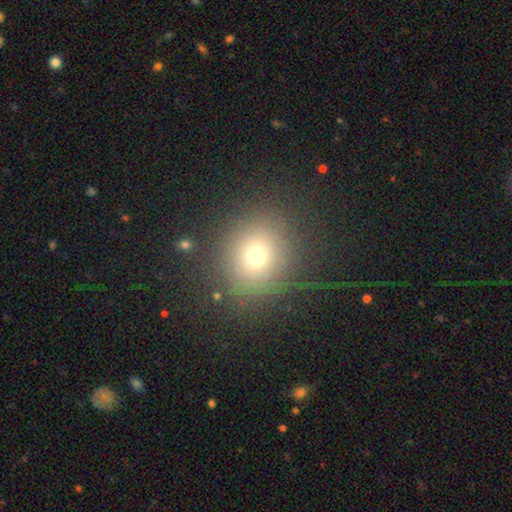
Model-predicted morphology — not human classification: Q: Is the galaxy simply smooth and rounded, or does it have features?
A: smooth — 69%.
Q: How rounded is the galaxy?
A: round — 82%.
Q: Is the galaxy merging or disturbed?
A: none — 82%.